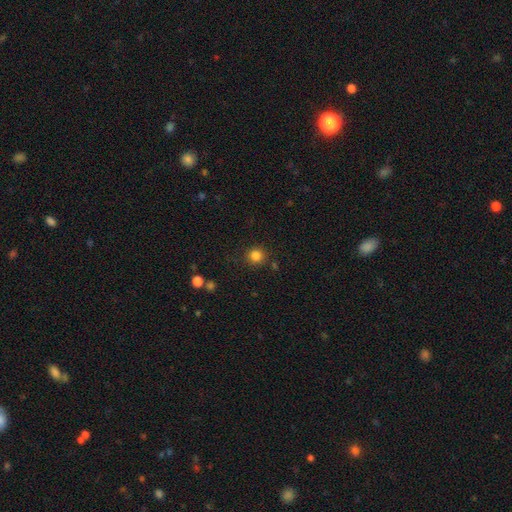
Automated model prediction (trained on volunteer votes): Overall: smooth (83%). How rounded: round (93%). Merging: none (86%).